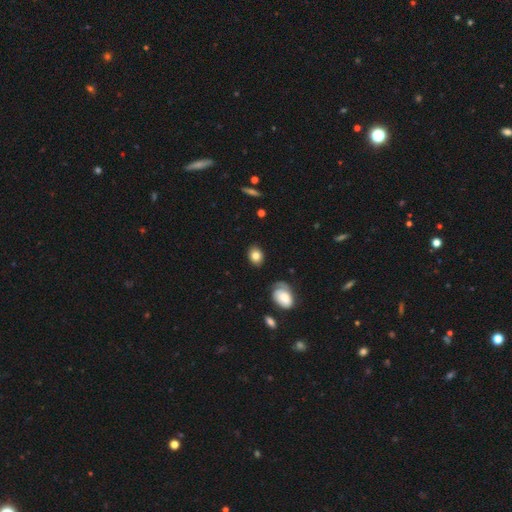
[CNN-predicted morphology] smooth 80%, featured or disk 11%, star or artifact 9%. Down the decision tree: how rounded — in between (59%); merging — none (81%).